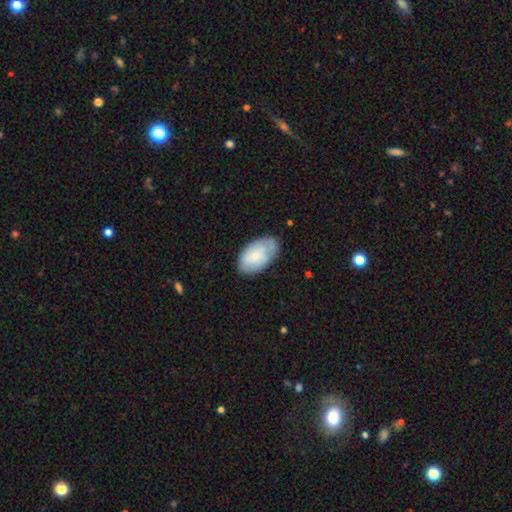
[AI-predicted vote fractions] Overall: smooth (74%). How rounded: in between (95%). Merging: none (70%).